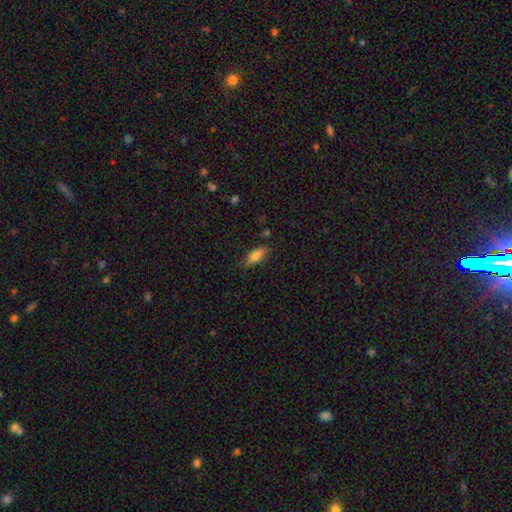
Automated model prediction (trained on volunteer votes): A smooth galaxy with no disk features (74%) that is in between round and cigar-shaped (71%). Merging: none (76%).